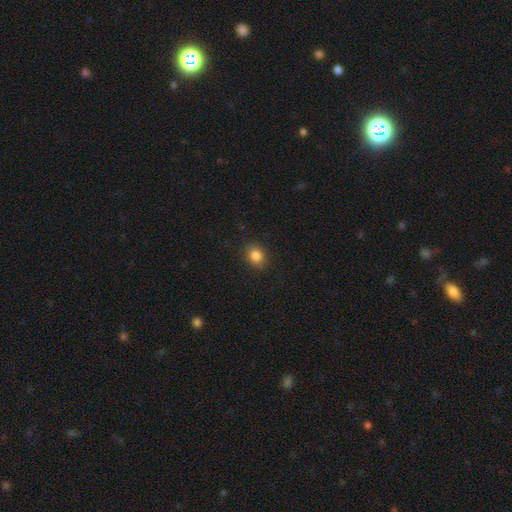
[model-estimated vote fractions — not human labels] A smooth galaxy with no disk features (84%) that is round (51%).

Vote fractions:
- Smooth or featured? smooth: 84% / star or artifact: 11% / featured or disk: 5%
- How rounded? round: 51% / in between: 48% / cigar-shaped: 1%
- Merging? none: 87% / minor disturbance: 9% / major disturbance: 2% / merger: 1%